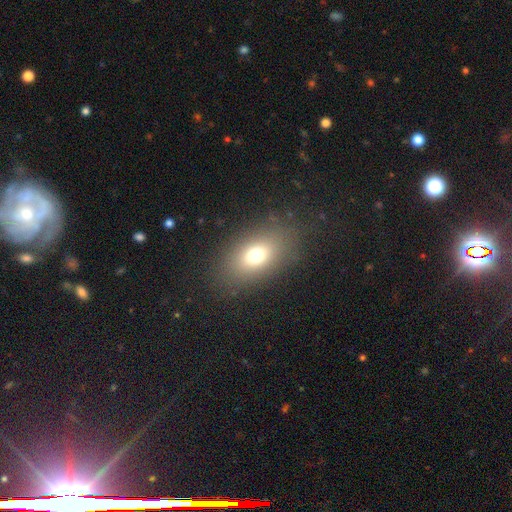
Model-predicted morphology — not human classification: Smooth or featured: smooth — 71% (featured or disk — 15%)
How rounded: in between — 81% (round — 16%)
Merging: none — 82% (minor disturbance — 11%)